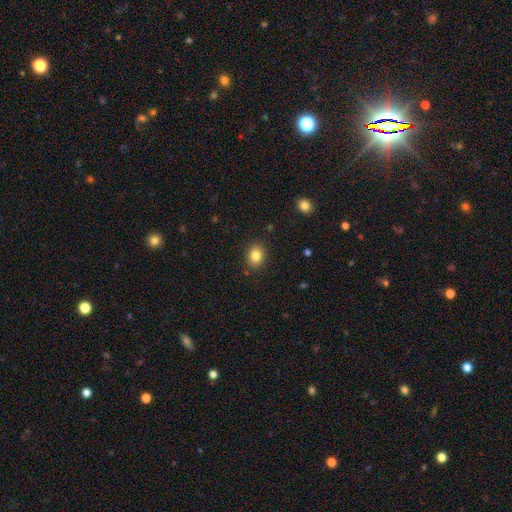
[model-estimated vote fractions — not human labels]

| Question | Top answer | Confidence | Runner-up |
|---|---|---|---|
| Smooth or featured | smooth | 83% | star or artifact (11%) |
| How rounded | round | 62% | in between (37%) |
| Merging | none | 88% | minor disturbance (8%) |